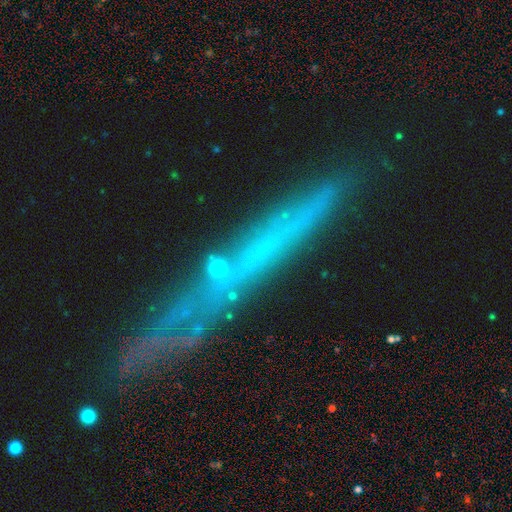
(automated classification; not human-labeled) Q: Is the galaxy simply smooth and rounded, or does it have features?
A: featured or disk — 52%.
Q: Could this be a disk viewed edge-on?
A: yes — 85%.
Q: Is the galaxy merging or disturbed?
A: none — 80%.